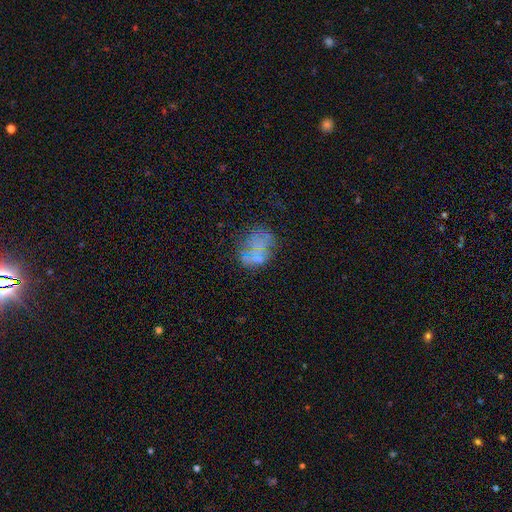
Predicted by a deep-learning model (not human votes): Smooth or featured? Predicted: smooth (p=0.44). Merging? Predicted: none (p=0.62).